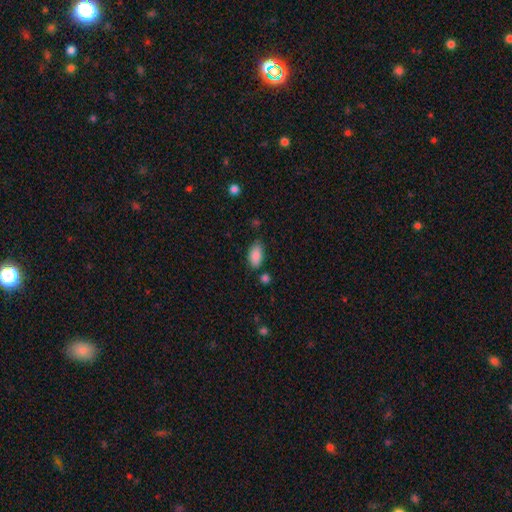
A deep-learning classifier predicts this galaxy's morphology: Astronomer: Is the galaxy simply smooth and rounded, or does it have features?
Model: smooth — 88%.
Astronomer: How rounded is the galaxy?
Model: in between — 93%.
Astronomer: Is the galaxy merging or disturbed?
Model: none — 74%.